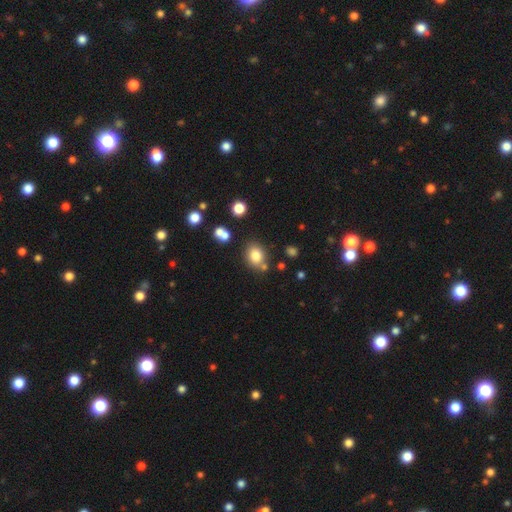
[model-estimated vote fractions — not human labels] The model was most divided on "how rounded": round: 52%, in between: 47%, cigar-shaped: 1%. More confident: smooth or featured — smooth (80%); merging — none (74%).